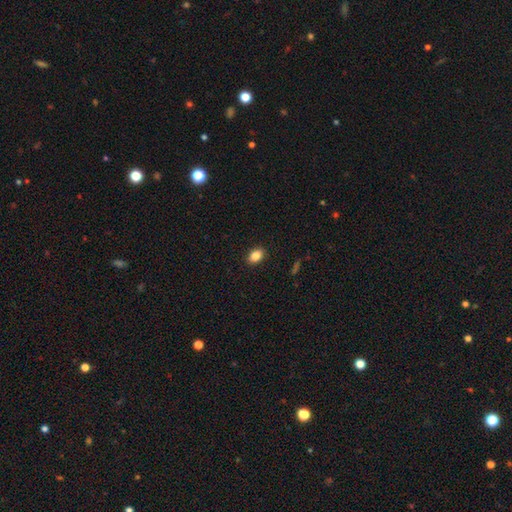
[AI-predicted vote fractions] This is clearly a smooth galaxy (85%). How rounded: likely in between (79%). Merging: clearly none (90%).